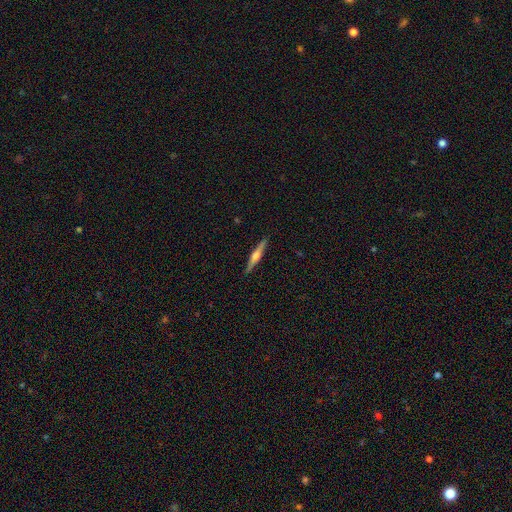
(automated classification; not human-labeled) The model was most divided on "smooth or featured": featured or disk: 67%, smooth: 27%, star or artifact: 6%. More confident: edge-on disk — yes (98%); merging — none (91%); edge-on bulge — rounded (86%).